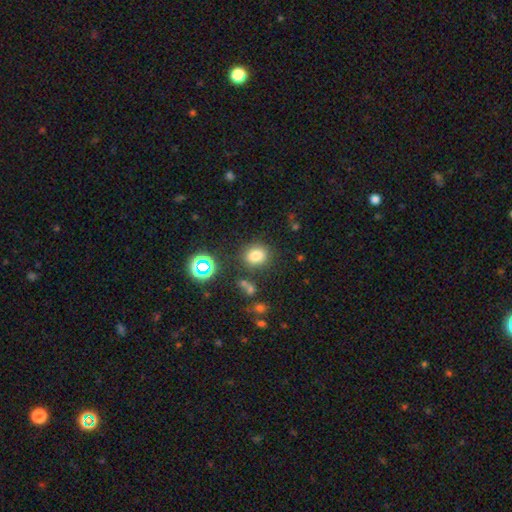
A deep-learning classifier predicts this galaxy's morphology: Smooth or featured?
  - smooth: 77% *
  - star or artifact: 16%
  - featured or disk: 7%
How rounded?
  - round: 64% *
  - in between: 35%
  - cigar-shaped: 1%
Merging?
  - none: 80% *
  - minor disturbance: 11%
  - merger: 5%
  - major disturbance: 4%